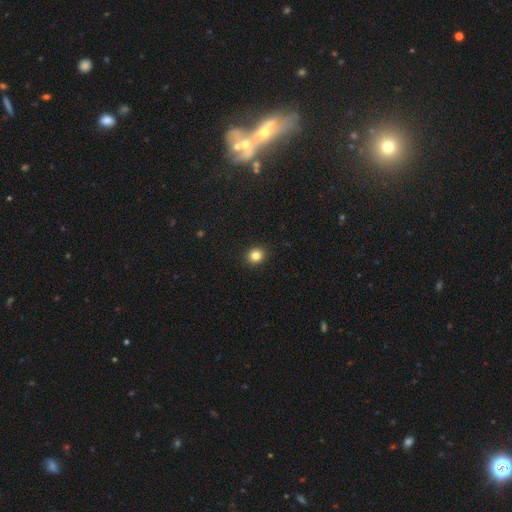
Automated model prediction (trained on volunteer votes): Smooth or featured?
  - smooth: 83% *
  - star or artifact: 12%
  - featured or disk: 6%
How rounded?
  - round: 83% *
  - in between: 16%
  - cigar-shaped: 1%
Merging?
  - none: 92% *
  - minor disturbance: 6%
  - major disturbance: 2%
  - merger: 1%